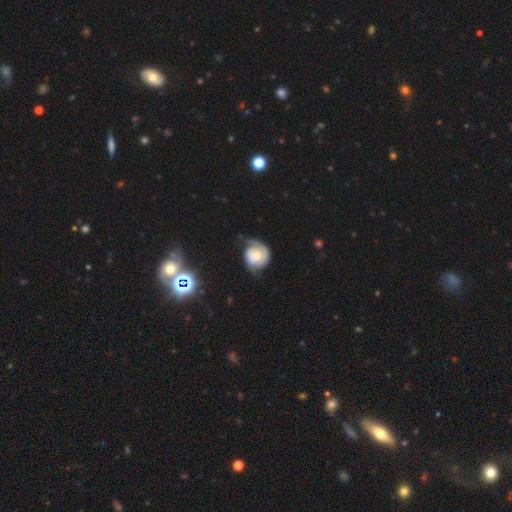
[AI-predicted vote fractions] A featured or disk galaxy (56%) with no bar (75%), spiral arms (85%) and a small central bulge (42%).

Vote fractions:
- Smooth or featured? featured or disk: 56% / smooth: 36% / star or artifact: 8%
- Edge-on disk? no: 97% / yes: 3%
- Bar? no: 75% / weak: 20% / strong: 4%
- Spiral arms? yes: 85% / no: 15%
- Bulge size? small: 42% / moderate: 41% / large: 9% / none: 5% / dominant: 3%
- Merging? none: 47% / minor disturbance: 32% / major disturbance: 19% / merger: 2%